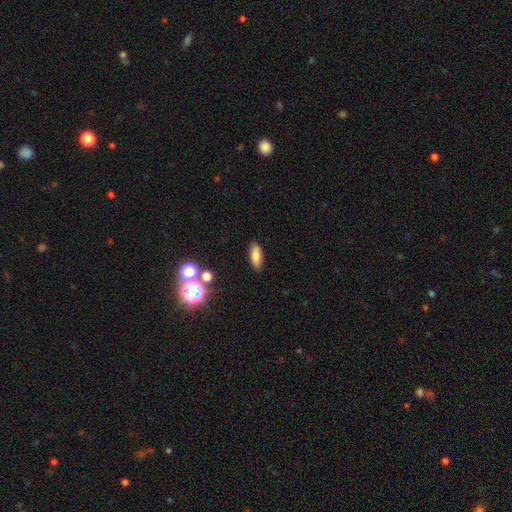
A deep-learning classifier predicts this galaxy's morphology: Smooth or featured?
  - smooth: 78% *
  - featured or disk: 11%
  - star or artifact: 11%
How rounded?
  - in between: 68% *
  - cigar-shaped: 28%
  - round: 4%
Merging?
  - none: 86% *
  - minor disturbance: 10%
  - major disturbance: 2%
  - merger: 2%